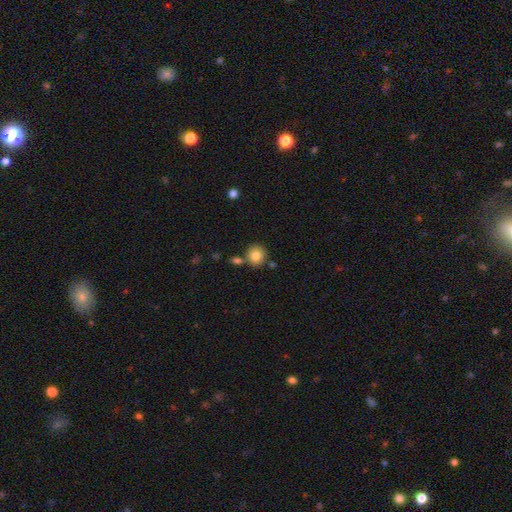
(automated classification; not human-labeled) This is clearly a smooth galaxy (81%). How rounded: clearly round (86%). Merging: likely none (71%).